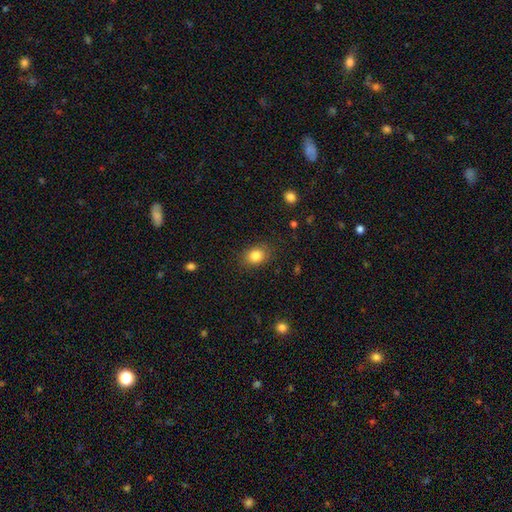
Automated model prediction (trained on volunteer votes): Smooth or featured? smooth (84%)
How rounded? in between (53%)
Merging? none (84%)